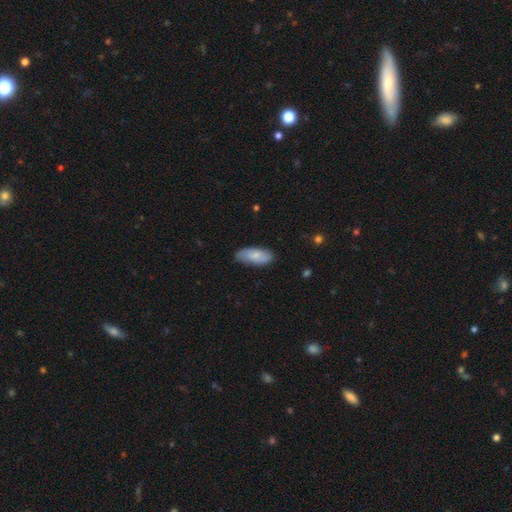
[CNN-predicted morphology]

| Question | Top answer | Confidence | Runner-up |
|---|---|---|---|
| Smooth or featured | smooth | 72% | featured or disk (22%) |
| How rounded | in between | 86% | cigar-shaped (12%) |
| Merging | none | 74% | minor disturbance (21%) |